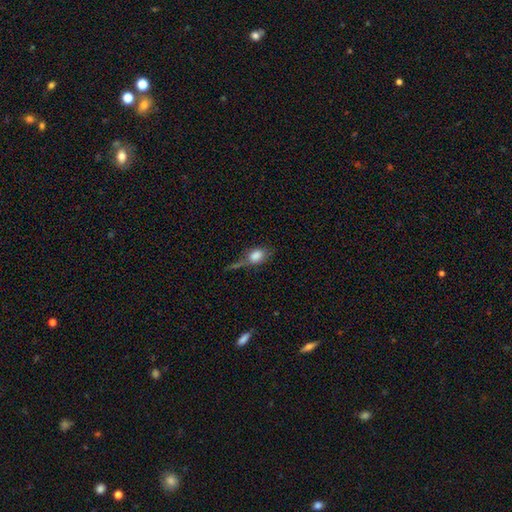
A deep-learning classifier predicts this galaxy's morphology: Smooth or featured?
  - smooth: 73% *
  - featured or disk: 16%
  - star or artifact: 11%
How rounded?
  - in between: 74% *
  - round: 22%
  - cigar-shaped: 4%
Merging?
  - none: 37% *
  - minor disturbance: 25%
  - major disturbance: 25%
  - merger: 13%